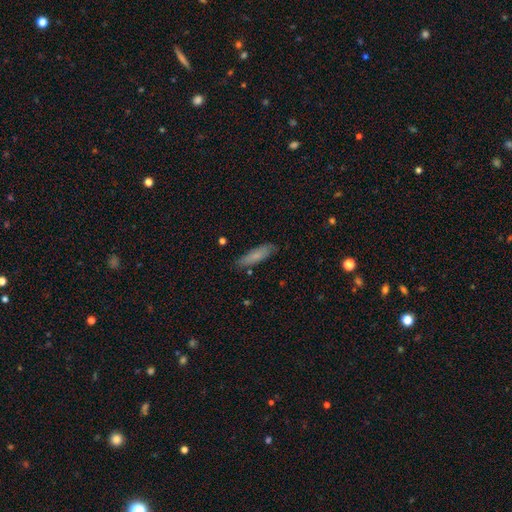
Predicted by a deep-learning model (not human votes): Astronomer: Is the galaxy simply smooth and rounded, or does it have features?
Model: smooth — 74%.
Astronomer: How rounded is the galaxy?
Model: cigar-shaped — 66%.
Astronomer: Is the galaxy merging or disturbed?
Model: none — 80%.